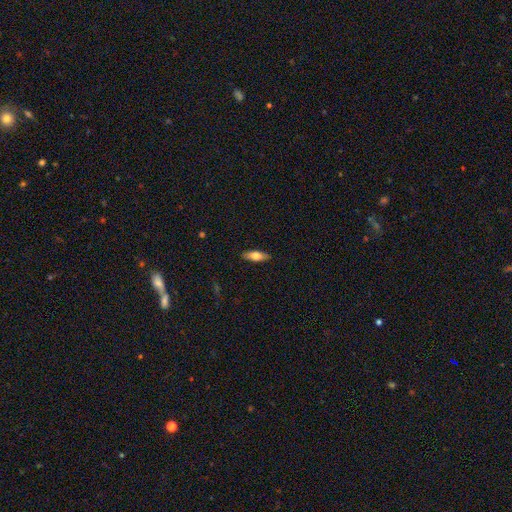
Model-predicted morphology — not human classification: A smooth galaxy with no disk features (72%) that is in between round and cigar-shaped (67%).

Vote fractions:
- Smooth or featured? smooth: 72% / featured or disk: 22% / star or artifact: 6%
- How rounded? in between: 67% / cigar-shaped: 30% / round: 2%
- Merging? none: 88% / minor disturbance: 9% / major disturbance: 2% / merger: 1%